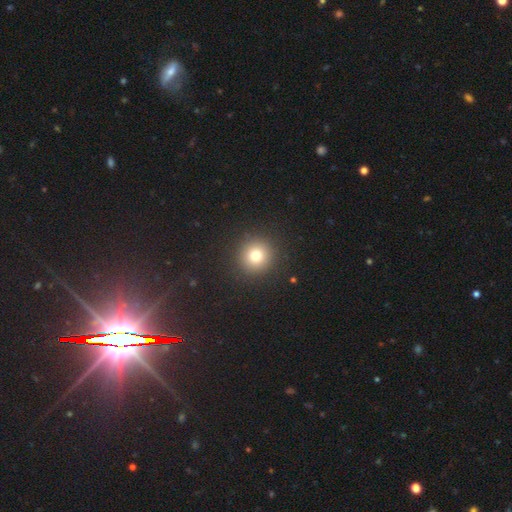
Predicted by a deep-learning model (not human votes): A smooth galaxy with no disk features (78%) that is round (94%). Merging: none (92%).